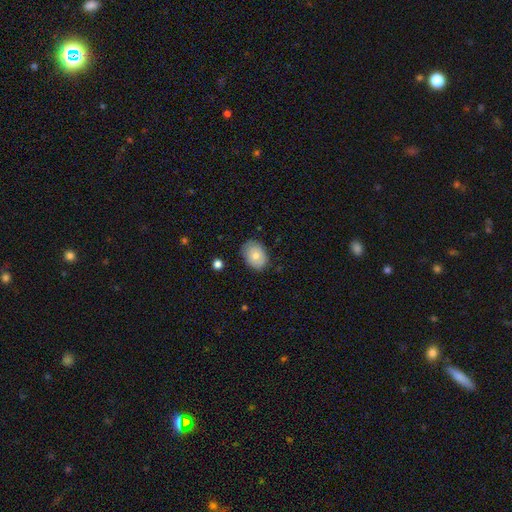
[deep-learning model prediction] Q: Smooth or featured?
A: smooth (75%); runner-up: featured or disk (17%)
Q: How rounded?
A: in between (71%); runner-up: round (28%)
Q: Merging?
A: none (79%); runner-up: minor disturbance (17%)